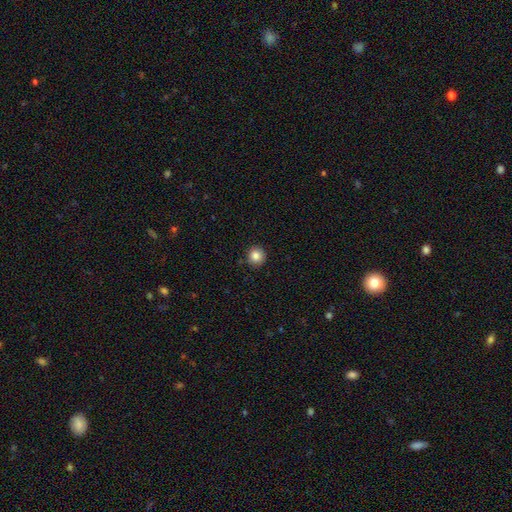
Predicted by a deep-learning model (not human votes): A smooth galaxy with no disk features (84%) that is round (93%). Merging: none (90%).